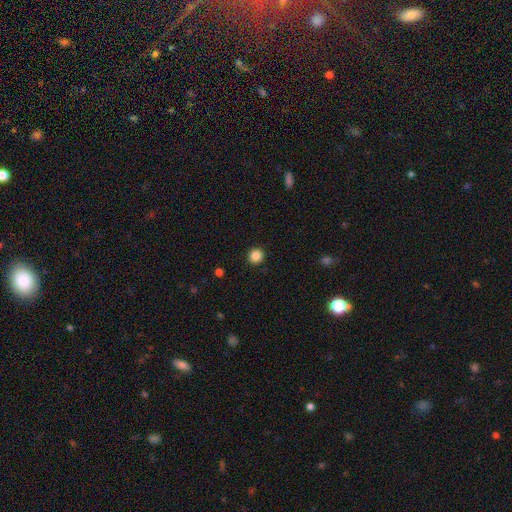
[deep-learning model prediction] smooth-or-featured: smooth: 85% | star or artifact: 11% | featured or disk: 4%
  how-rounded: round: 94% | in between: 5% | cigar-shaped: 1%
  merging: none: 93% | minor disturbance: 5% | major disturbance: 2% | merger: 1%